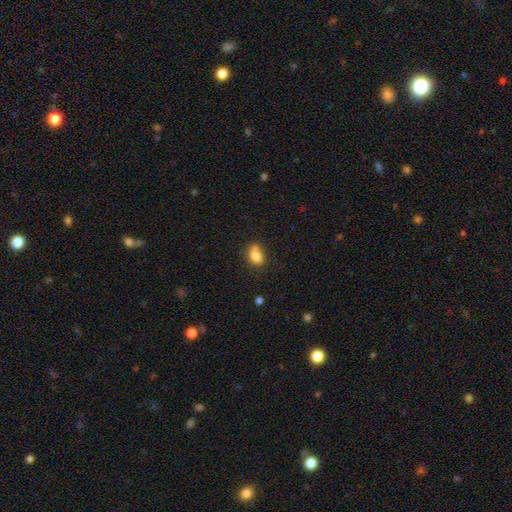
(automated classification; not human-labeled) The model was most divided on "merging": none: 54%, minor disturbance: 23%, merger: 18%, major disturbance: 6%. More confident: smooth or featured — smooth (80%); how rounded — in between (76%).